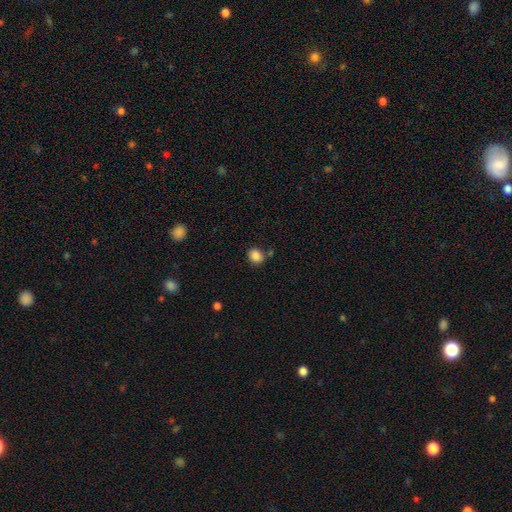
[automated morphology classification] This appears to be a smooth galaxy with no disk features (86%) that is round (63%). Merging: none (79%).